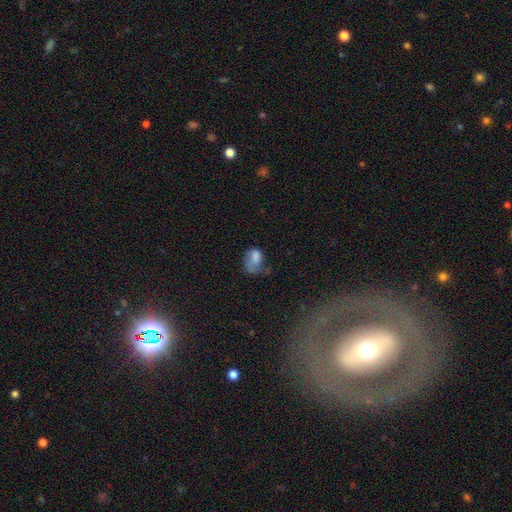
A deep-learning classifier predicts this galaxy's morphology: This appears to be a smooth galaxy with no disk features (65%) that is in between round and cigar-shaped (74%). Merging: major disturbance (43%).